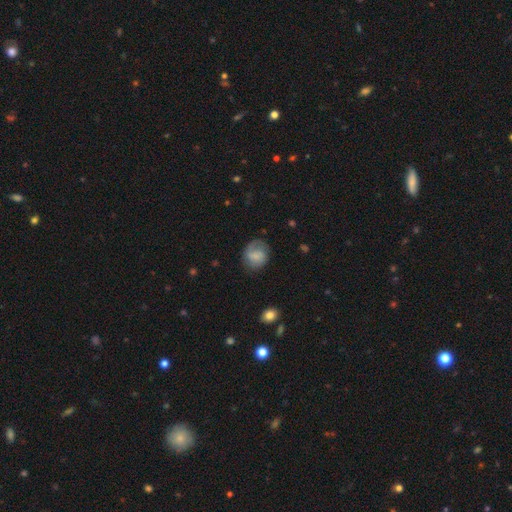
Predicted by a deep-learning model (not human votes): Smooth or featured? Predicted: smooth (p=0.63). How rounded? Predicted: round (p=0.68). Merging? Predicted: none (p=0.59).